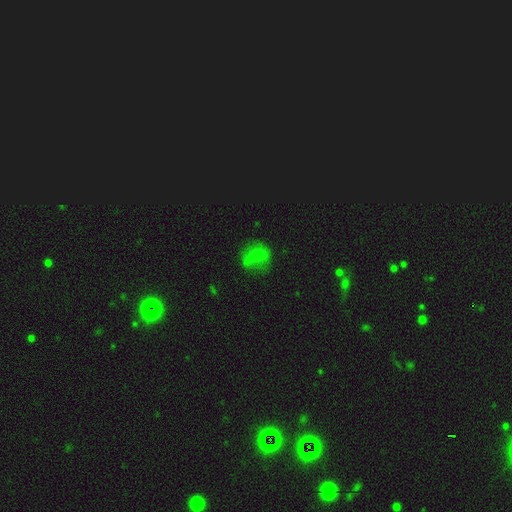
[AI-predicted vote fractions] Smooth or featured?
  - smooth: 57% *
  - star or artifact: 24%
  - featured or disk: 19%
How rounded?
  - round: 65% *
  - in between: 33%
  - cigar-shaped: 2%
Merging?
  - none: 56% *
  - minor disturbance: 24%
  - major disturbance: 17%
  - merger: 3%